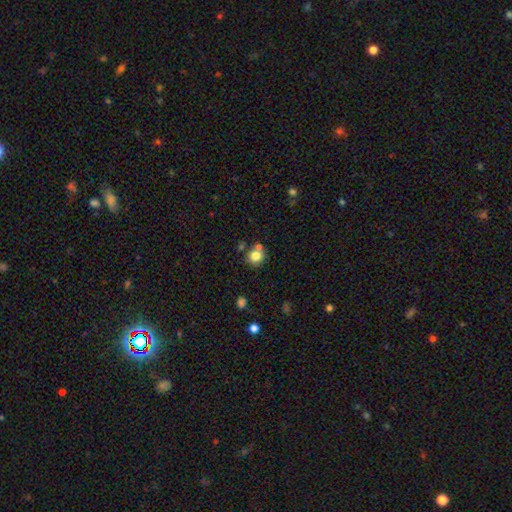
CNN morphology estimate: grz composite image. It shows a smooth galaxy with no disk features (80%) that is round (86%). Merging: none (67%).